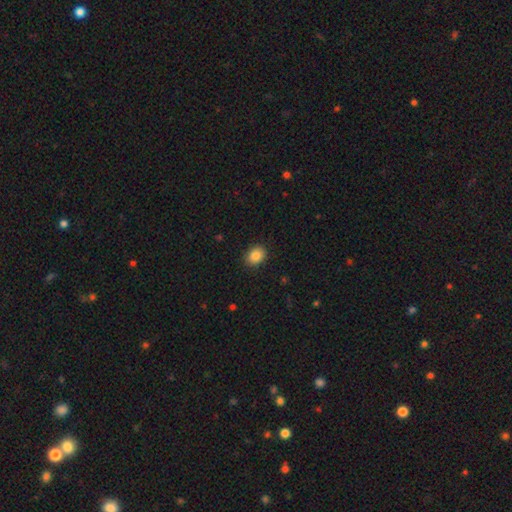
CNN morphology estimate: Smooth or featured?
  - smooth: 86% *
  - star or artifact: 9%
  - featured or disk: 5%
How rounded?
  - in between: 55% *
  - round: 44%
  - cigar-shaped: 1%
Merging?
  - none: 88% *
  - minor disturbance: 9%
  - major disturbance: 2%
  - merger: 1%